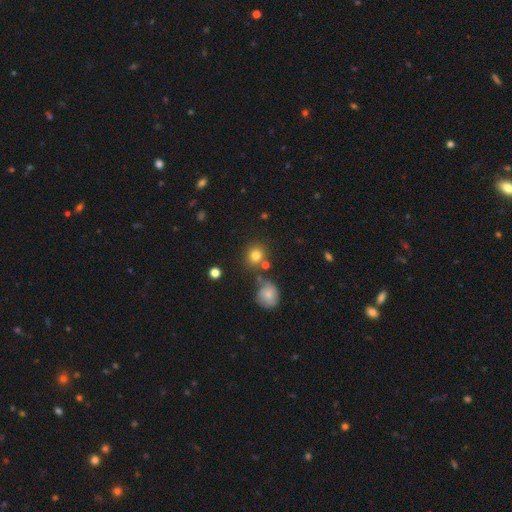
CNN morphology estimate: A smooth galaxy with no disk features (79%) that is round (82%).

Vote fractions:
- Smooth or featured? smooth: 79% / star or artifact: 13% / featured or disk: 8%
- How rounded? round: 82% / in between: 17% / cigar-shaped: 1%
- Merging? none: 73% / minor disturbance: 11% / merger: 11% / major disturbance: 4%